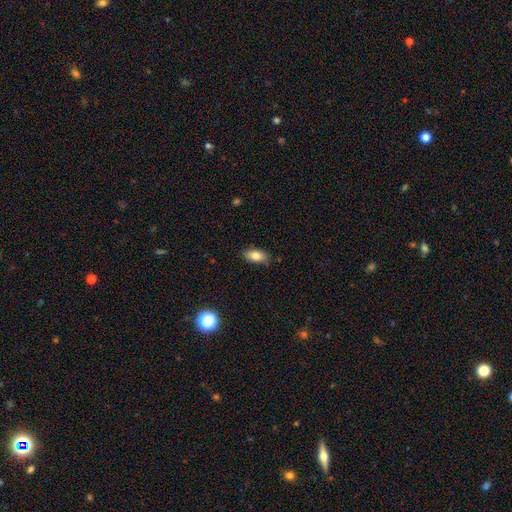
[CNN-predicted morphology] A smooth galaxy with no disk features (81%) that is in between round and cigar-shaped (89%). Merging: none (83%).